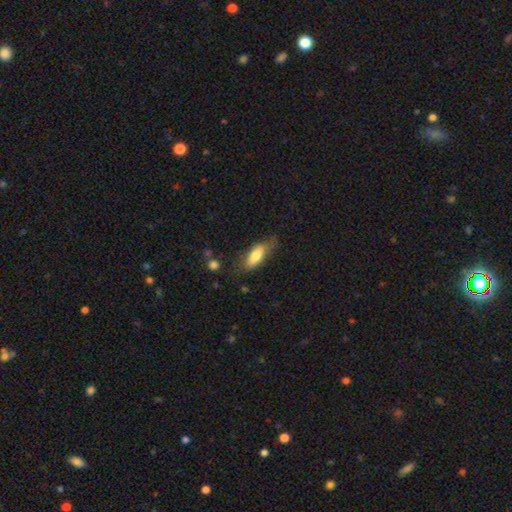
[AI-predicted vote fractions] This appears to be a smooth galaxy with no disk features (72%) that is in between round and cigar-shaped (71%). Merging: none (63%).